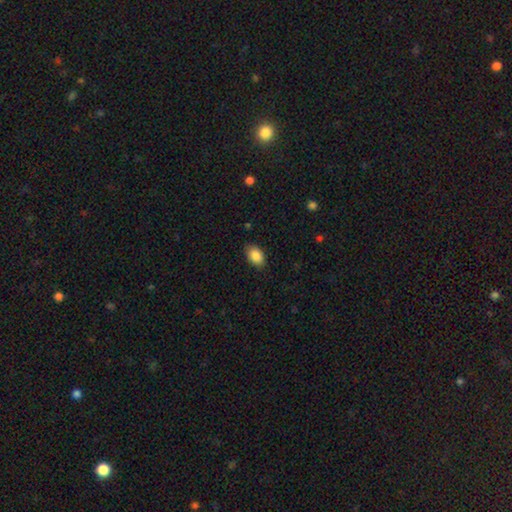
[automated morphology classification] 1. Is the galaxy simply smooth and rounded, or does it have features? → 88% smooth, 7% star or artifact, 5% featured or disk.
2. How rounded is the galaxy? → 86% in between, 13% round, 1% cigar-shaped.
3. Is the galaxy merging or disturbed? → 85% none, 12% minor disturbance, 3% major disturbance, 1% merger.